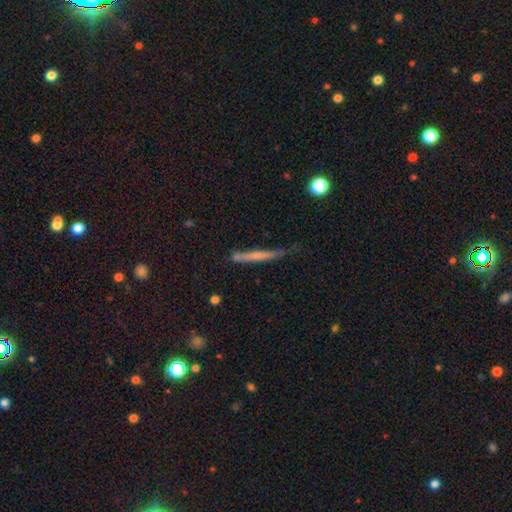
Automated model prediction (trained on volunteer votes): Smooth or featured? smooth (50%)
How rounded? cigar-shaped (95%)
Merging? none (67%)